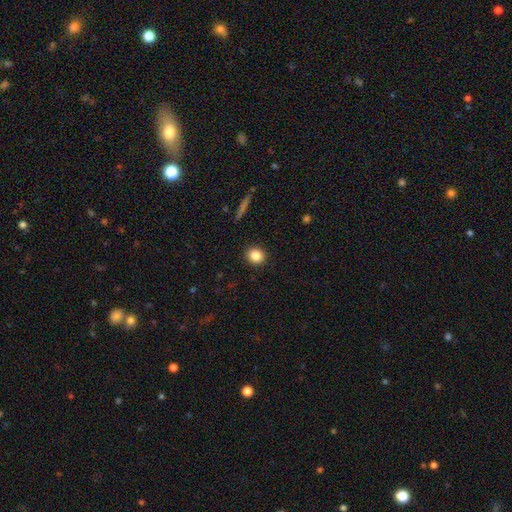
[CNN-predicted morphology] A smooth galaxy with no disk features (85%) that is round (80%).

Vote fractions:
- Smooth or featured? smooth: 85% / star or artifact: 10% / featured or disk: 5%
- How rounded? round: 80% / in between: 19% / cigar-shaped: 1%
- Merging? none: 92% / minor disturbance: 6% / major disturbance: 2% / merger: 1%